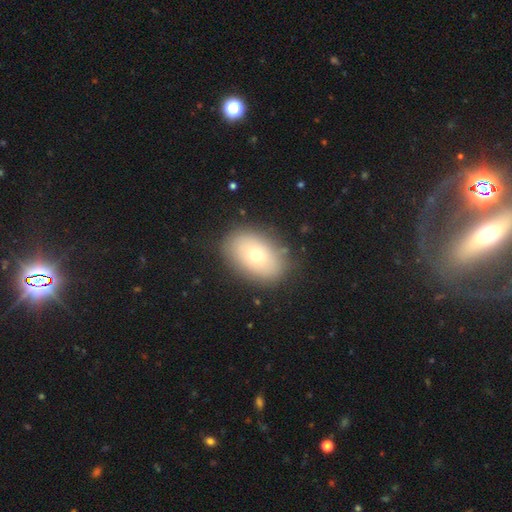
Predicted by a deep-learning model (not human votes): Smooth or featured? Predicted: smooth (p=0.66). How rounded? Predicted: in between (p=0.81). Merging? Predicted: none (p=0.82).